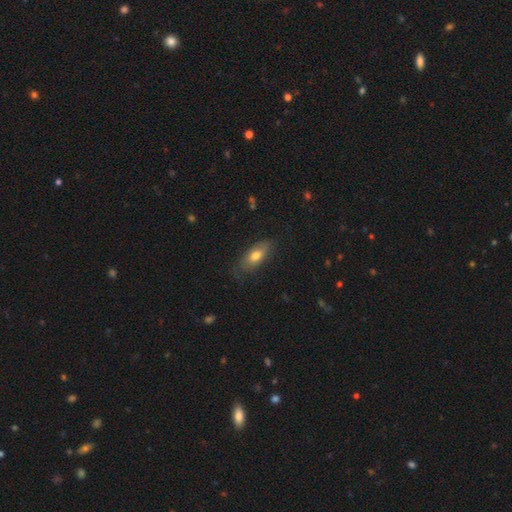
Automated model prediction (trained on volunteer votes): Smooth or featured: smooth — 69% (featured or disk — 25%)
How rounded: in between — 85% (cigar-shaped — 11%)
Merging: none — 69% (minor disturbance — 22%)